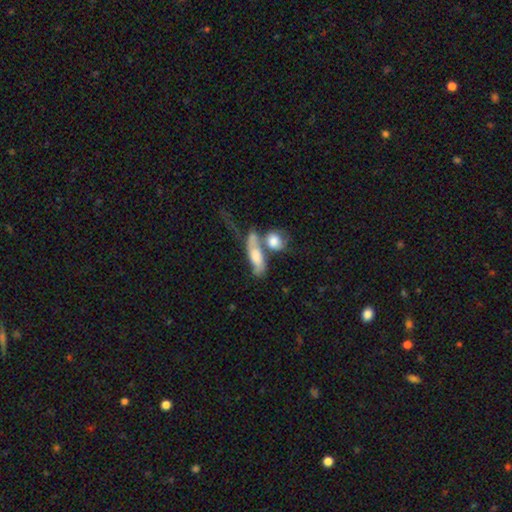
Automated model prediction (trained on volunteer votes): smooth-or-featured: smooth: 54% | featured or disk: 37% | star or artifact: 8%
  how-rounded: in between: 60% | cigar-shaped: 30% | round: 9%
  merging: merger: 55% | none: 21% | major disturbance: 13% | minor disturbance: 11%